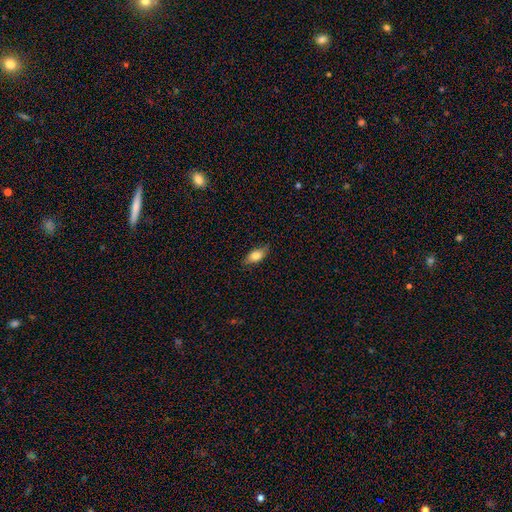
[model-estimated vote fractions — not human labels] Smooth or featured? smooth (78%)
How rounded? in between (85%)
Merging? none (77%)